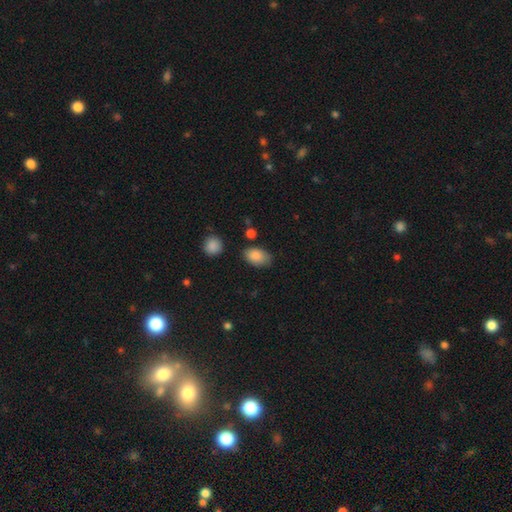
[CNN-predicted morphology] smooth-or-featured: smooth: 86% | star or artifact: 8% | featured or disk: 7%
  how-rounded: in between: 89% | round: 10% | cigar-shaped: 1%
  merging: none: 74% | minor disturbance: 18% | major disturbance: 4% | merger: 3%